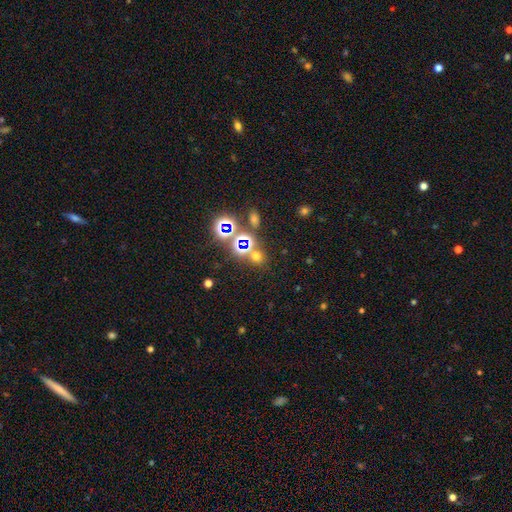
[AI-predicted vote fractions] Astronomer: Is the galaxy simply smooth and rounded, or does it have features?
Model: star or artifact — 47% (runner-up: smooth, 45%).